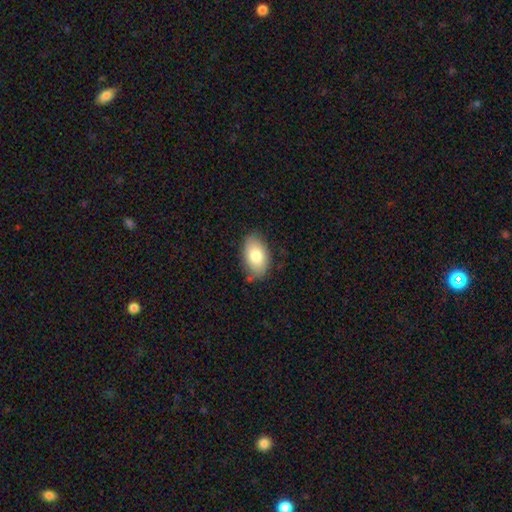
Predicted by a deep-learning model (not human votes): This appears to be a smooth galaxy with no disk features (81%) that is in between round and cigar-shaped (92%). Merging: none (79%).